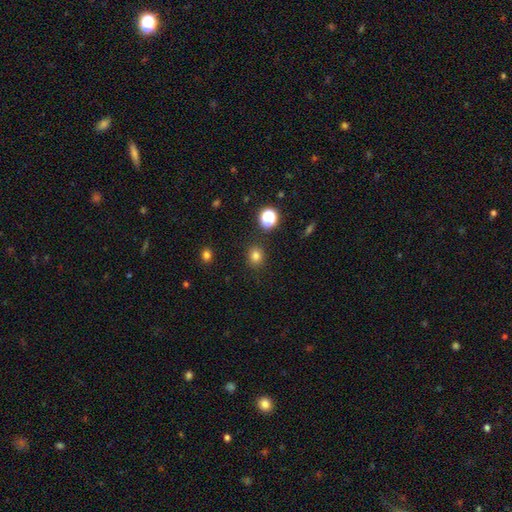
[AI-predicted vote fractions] Q: Smooth or featured?
A: smooth (79%); runner-up: star or artifact (15%)
Q: How rounded?
A: round (74%); runner-up: in between (25%)
Q: Merging?
A: none (88%); runner-up: minor disturbance (7%)